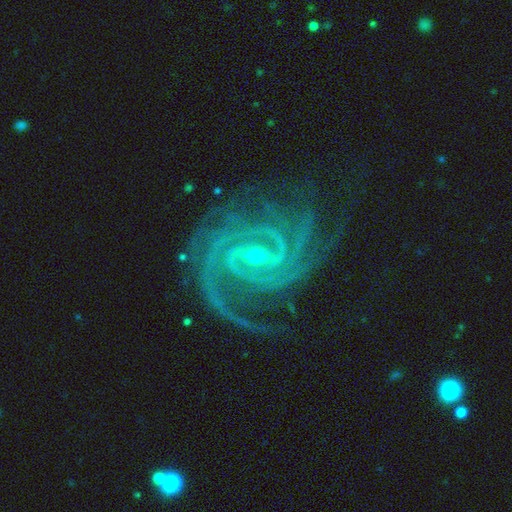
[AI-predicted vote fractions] Overall: featured or disk (92%). Edge-on disk: no (97%). Bar: weak (44%; strong 37%). Spiral arms: yes (99%). Spiral arm count: 4 (24%; 3 21%). Spiral winding: tight (69%). Bulge size: small (70%). Merging: none (75%).